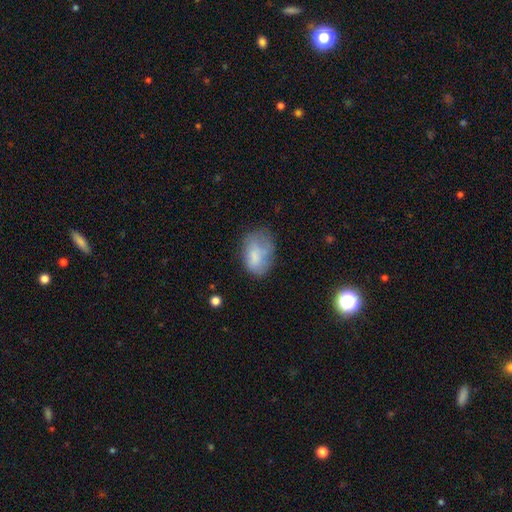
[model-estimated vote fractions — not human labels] This appears to be a smooth galaxy with no disk features (75%) that is in between round and cigar-shaped (83%). Merging: none (49%).